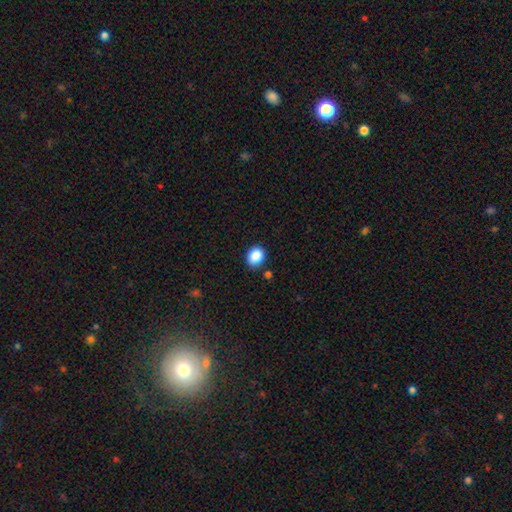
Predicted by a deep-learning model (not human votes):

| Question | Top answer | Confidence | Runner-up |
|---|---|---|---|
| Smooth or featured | smooth | 88% | star or artifact (8%) |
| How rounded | in between | 52% | round (47%) |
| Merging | none | 85% | minor disturbance (10%) |